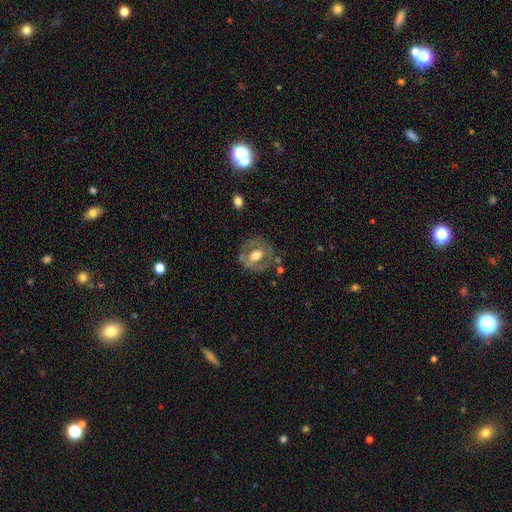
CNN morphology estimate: smooth-or-featured: featured or disk: 56% | smooth: 37% | star or artifact: 7%
  disk-edge-on: no: 93% | yes: 7%
    bar: no: 54% | weak: 30% | strong: 16%
    has-spiral-arms: no: 79% | yes: 21%
    bulge-size: moderate: 68% | large: 21% | small: 8% | dominant: 1% | none: 1%
  merging: none: 67% | minor disturbance: 19% | major disturbance: 9% | merger: 5%